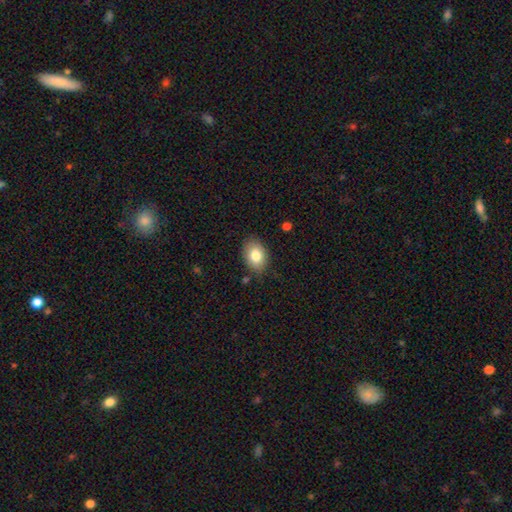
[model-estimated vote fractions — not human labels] Smooth or featured? smooth (81%)
How rounded? in between (80%)
Merging? none (81%)